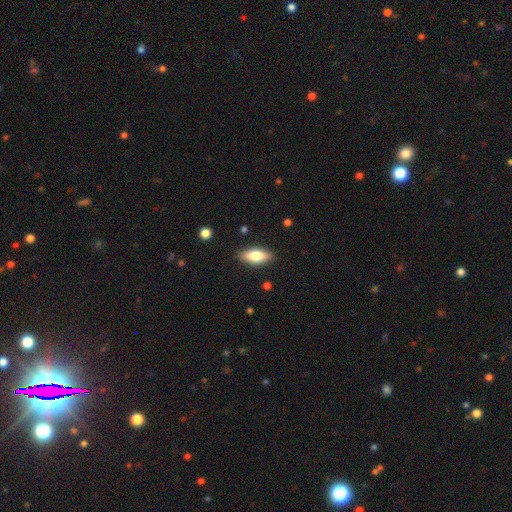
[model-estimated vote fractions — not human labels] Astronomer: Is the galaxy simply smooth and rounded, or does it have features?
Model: smooth — 72%.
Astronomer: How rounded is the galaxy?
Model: in between — 77%.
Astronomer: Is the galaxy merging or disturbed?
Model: none — 87%.